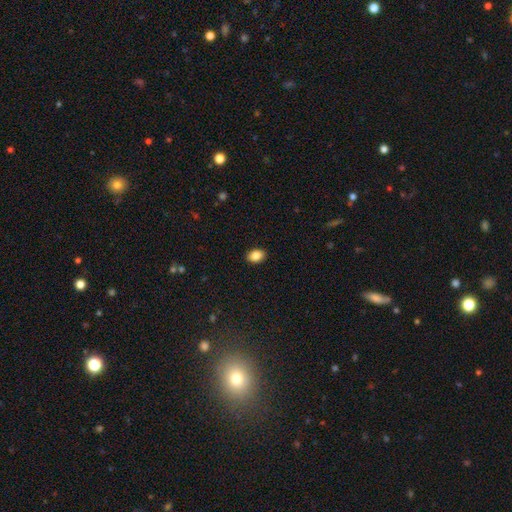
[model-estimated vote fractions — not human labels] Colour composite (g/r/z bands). It shows a smooth galaxy with no disk features (87%) that is in between round and cigar-shaped (79%). Merging: none (90%).